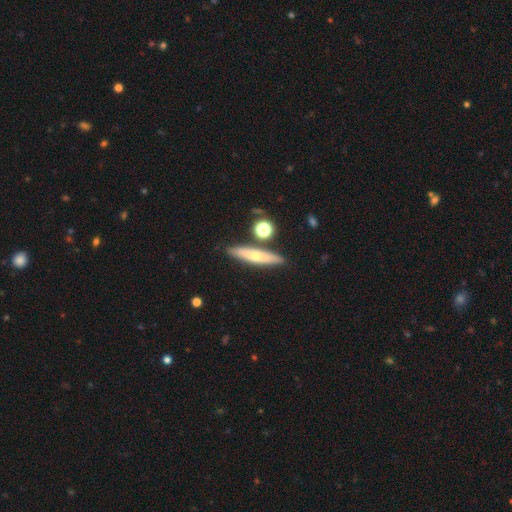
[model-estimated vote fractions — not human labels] Overall: smooth (55%; featured or disk 37%). How rounded: cigar-shaped (85%). Merging: none (82%).